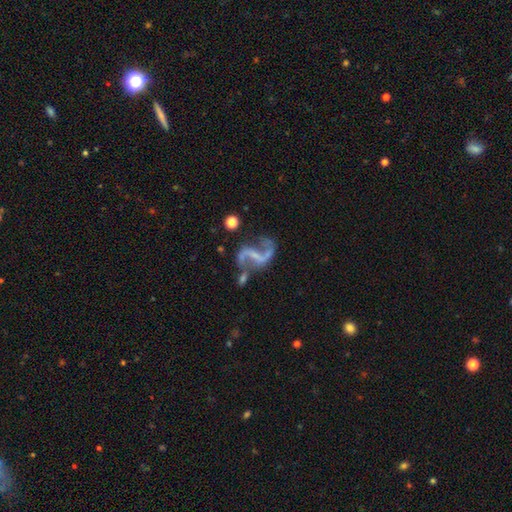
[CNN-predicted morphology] This is clearly a featured or disk galaxy (88%). It is clearly not viewed edge-on (98%). Bar: marginally strong (38%, tied with weak). Spiral arm pattern: clearly yes (93%). Spiral arm count: clearly 2 (91%). Spiral winding: clearly loose (80%). Central bulge: possibly none (52%). Merging: possibly none (53%).